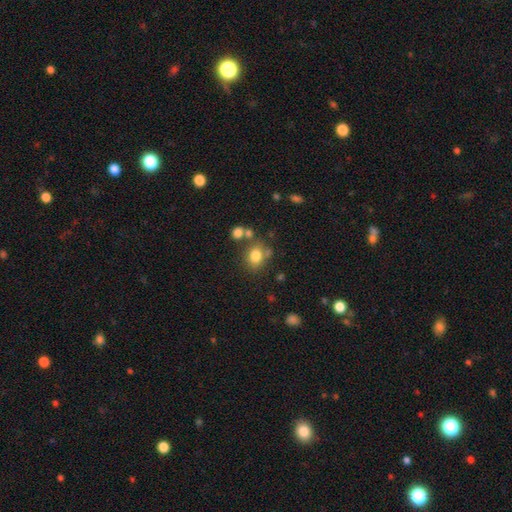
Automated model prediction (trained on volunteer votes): smooth_or_featured: smooth (p=0.79) [alt: star or artifact p=0.12]
how_rounded: round (p=0.57) [alt: in between p=0.42]
merging: none (p=0.64) [alt: merger p=0.16]